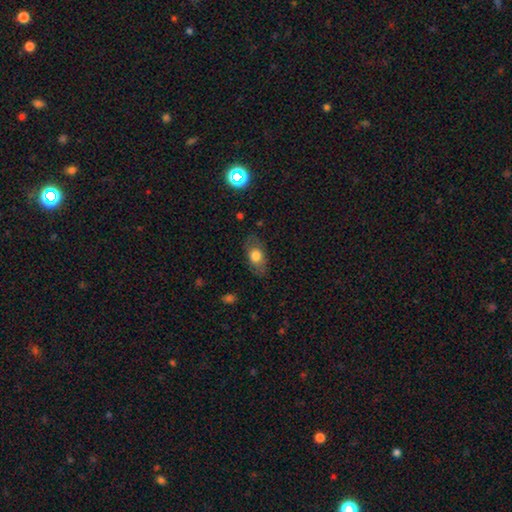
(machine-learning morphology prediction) Smooth or featured: smooth — 70% (featured or disk — 22%)
How rounded: in between — 83% (round — 13%)
Merging: none — 78% (minor disturbance — 16%)